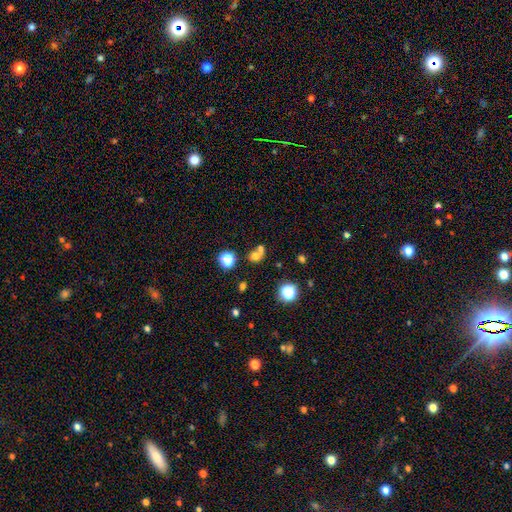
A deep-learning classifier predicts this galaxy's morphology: A smooth galaxy with no disk features (67%) that is round (73%). Merging: merger (49%).